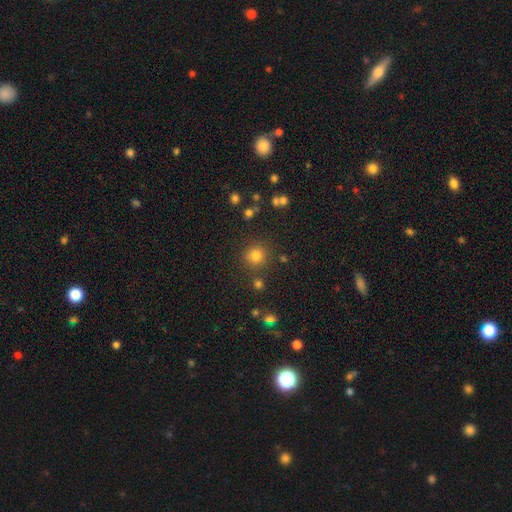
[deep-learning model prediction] This appears to be a smooth galaxy with no disk features (79%) that is round (92%). Merging: none (83%).